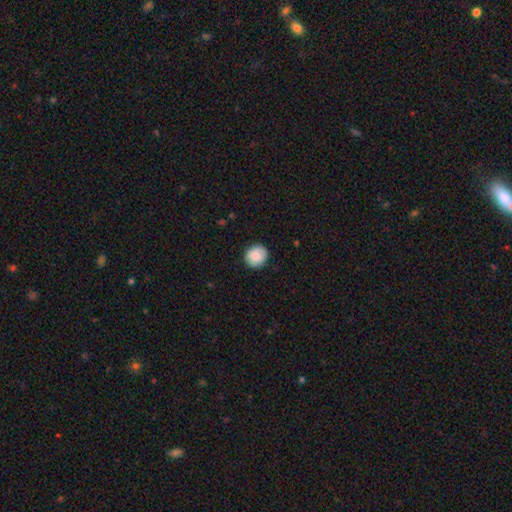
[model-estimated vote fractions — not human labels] Smooth or featured?
  - smooth: 86% *
  - featured or disk: 7%
  - star or artifact: 7%
How rounded?
  - round: 80% *
  - in between: 19%
  - cigar-shaped: 1%
Merging?
  - none: 88% *
  - minor disturbance: 9%
  - major disturbance: 2%
  - merger: 1%